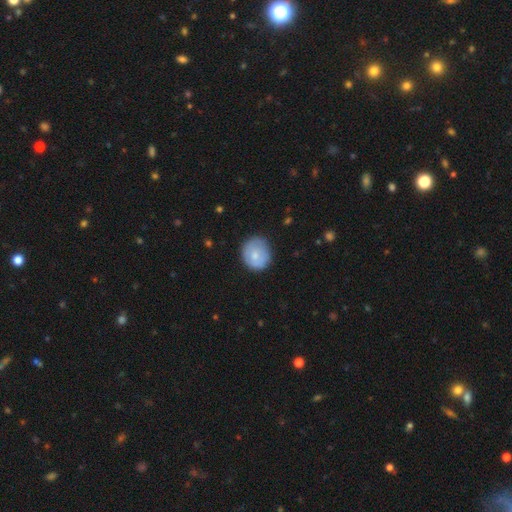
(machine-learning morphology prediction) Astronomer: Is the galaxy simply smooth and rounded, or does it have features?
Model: smooth — 71%.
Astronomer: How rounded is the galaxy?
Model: round — 79%.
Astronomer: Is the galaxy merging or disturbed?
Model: none — 74%.